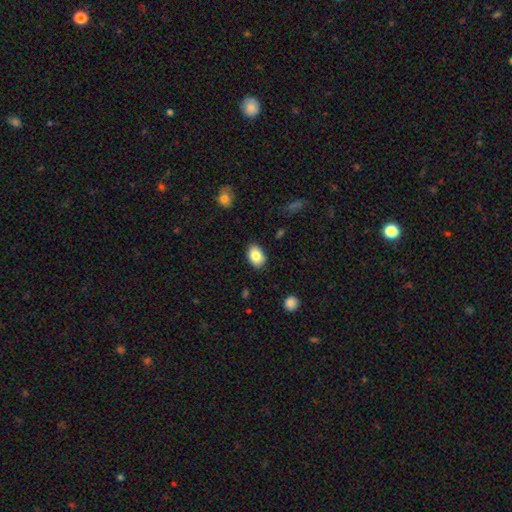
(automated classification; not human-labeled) Smooth or featured? Predicted: smooth (p=0.84). How rounded? Predicted: in between (p=0.85). Merging? Predicted: none (p=0.86).